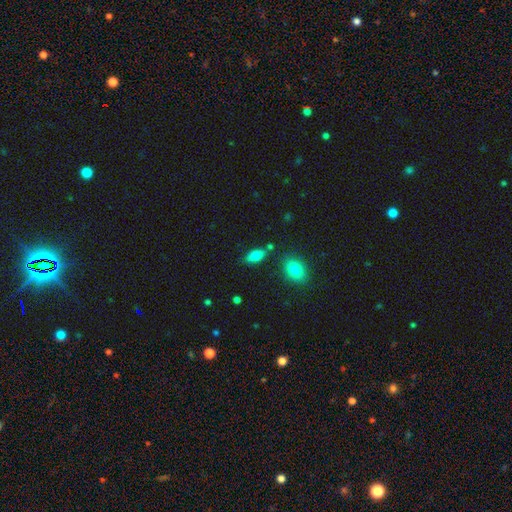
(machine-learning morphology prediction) smooth 81%, featured or disk 12%, star or artifact 8%. Down the decision tree: how rounded — in between (87%); merging — none (76%).